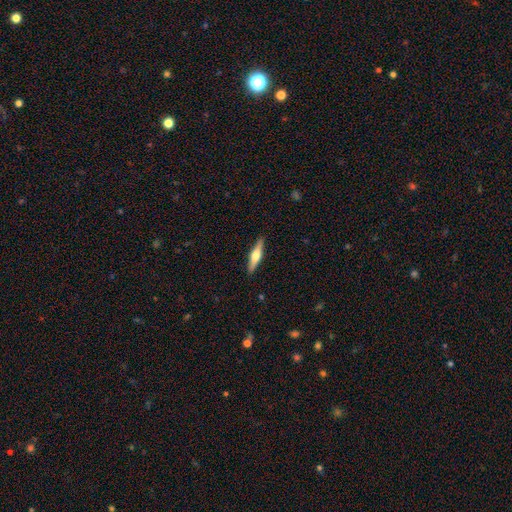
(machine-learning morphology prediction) The model was most divided on "smooth or featured": featured or disk: 60%, smooth: 35%, star or artifact: 5%. More confident: edge-on disk — yes (97%); edge-on bulge — rounded (91%); merging — none (90%).